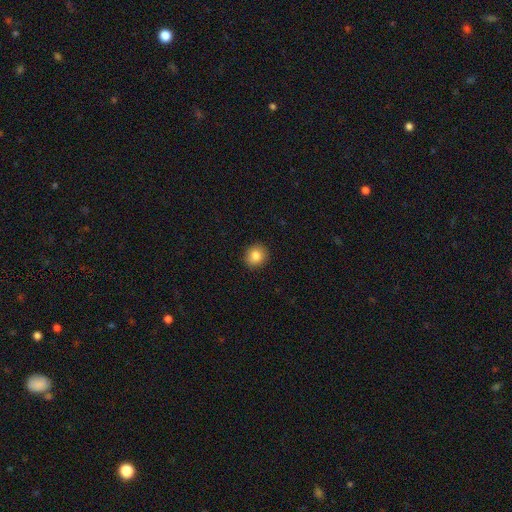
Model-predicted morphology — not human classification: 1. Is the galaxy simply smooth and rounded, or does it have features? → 84% smooth, 10% star or artifact, 7% featured or disk.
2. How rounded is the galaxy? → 84% round, 15% in between, 1% cigar-shaped.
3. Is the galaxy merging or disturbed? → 91% none, 6% minor disturbance, 2% major disturbance, 1% merger.